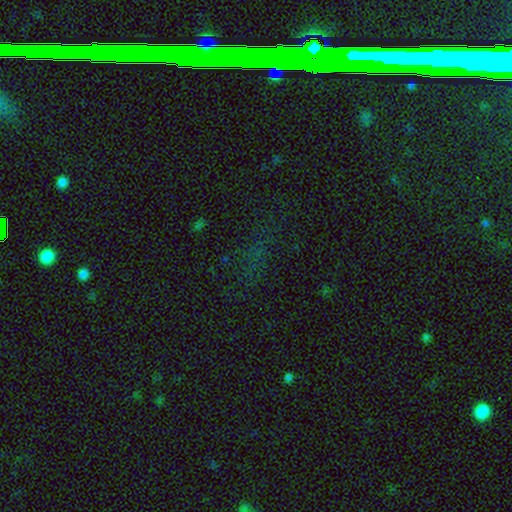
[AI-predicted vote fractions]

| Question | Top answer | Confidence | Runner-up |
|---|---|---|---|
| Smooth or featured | star or artifact | 70% | featured or disk (16%) |